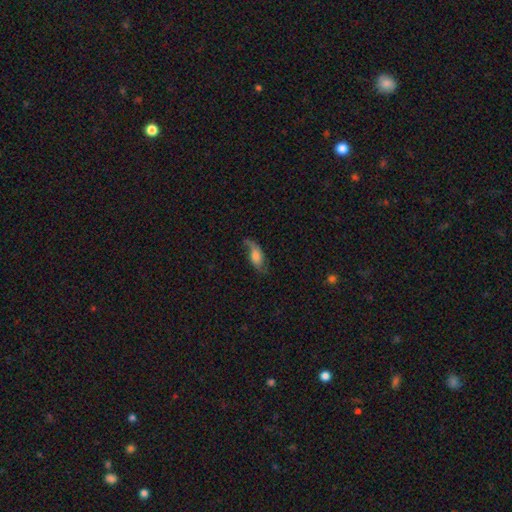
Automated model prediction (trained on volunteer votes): Q: Smooth or featured?
A: featured or disk (51%); runner-up: smooth (40%)
Q: Edge-on disk?
A: no (86%); runner-up: yes (14%)
Q: Merging?
A: none (56%); runner-up: minor disturbance (25%)